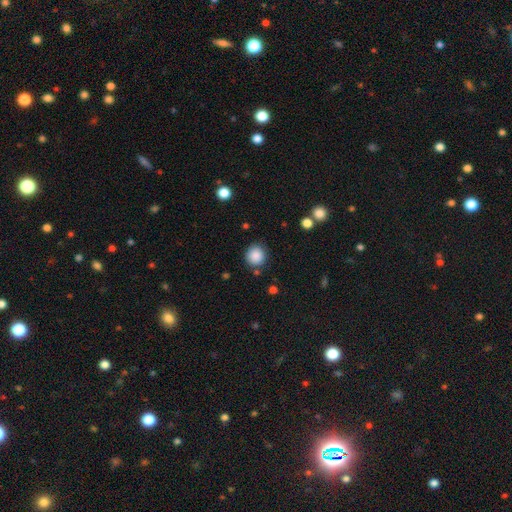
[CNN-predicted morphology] A smooth galaxy with no disk features (87%) that is round (90%).

Vote fractions:
- Smooth or featured? smooth: 87% / star or artifact: 9% / featured or disk: 4%
- How rounded? round: 90% / in between: 9% / cigar-shaped: 1%
- Merging? none: 84% / minor disturbance: 10% / merger: 3% / major disturbance: 3%